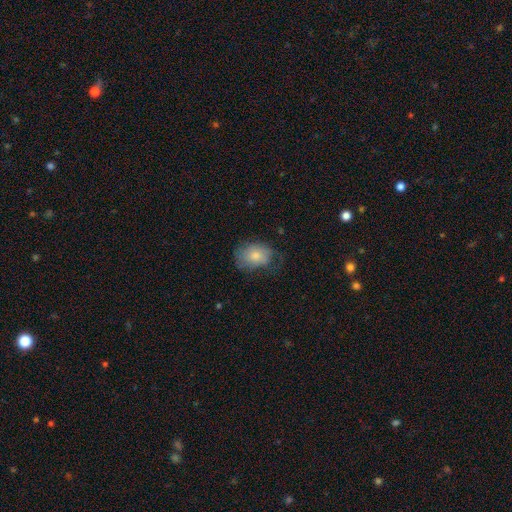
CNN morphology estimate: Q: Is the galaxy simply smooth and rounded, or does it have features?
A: smooth — 77%.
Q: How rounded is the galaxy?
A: in between — 70%.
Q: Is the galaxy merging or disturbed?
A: none — 52%.